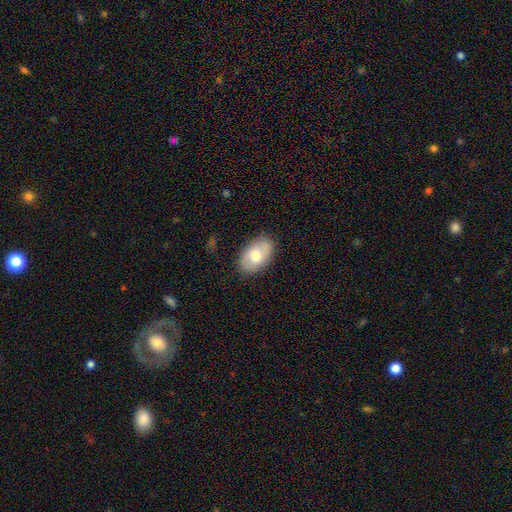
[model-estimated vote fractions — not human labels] smooth_or_featured: smooth (p=0.67) [alt: featured or disk p=0.27]
how_rounded: in between (p=0.91) [alt: round p=0.07]
merging: none (p=0.85) [alt: minor disturbance p=0.11]